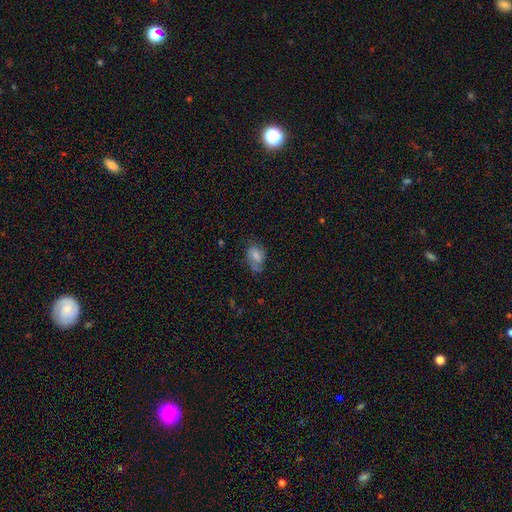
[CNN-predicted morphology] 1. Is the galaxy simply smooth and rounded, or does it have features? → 52% smooth, 39% featured or disk, 9% star or artifact.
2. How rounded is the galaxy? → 86% in between, 12% round, 2% cigar-shaped.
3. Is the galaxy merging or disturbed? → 56% none, 28% minor disturbance, 15% major disturbance, 2% merger.